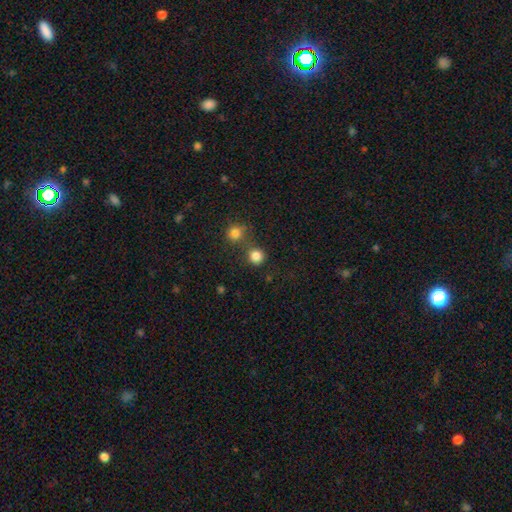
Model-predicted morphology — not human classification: Smooth or featured?
  - smooth: 83% *
  - star or artifact: 12%
  - featured or disk: 5%
How rounded?
  - round: 91% *
  - in between: 8%
  - cigar-shaped: 1%
Merging?
  - none: 70% *
  - merger: 19%
  - minor disturbance: 8%
  - major disturbance: 3%